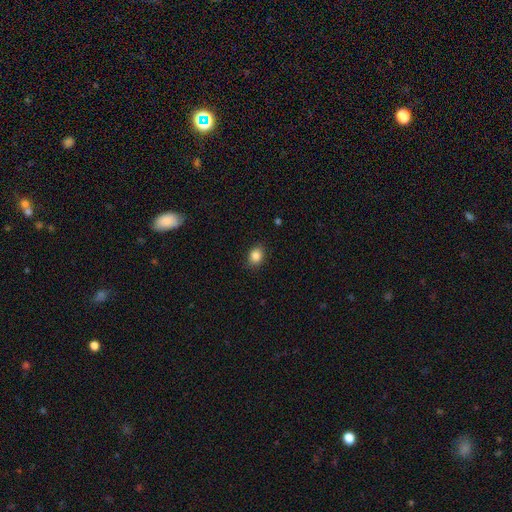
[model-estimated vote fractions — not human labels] Smooth or featured? smooth (86%)
How rounded? in between (52%)
Merging? none (86%)